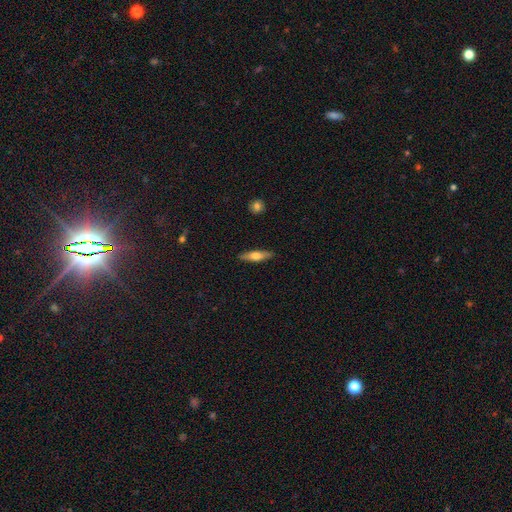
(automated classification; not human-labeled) Overall: smooth (55%; featured or disk 40%). How rounded: cigar-shaped (70%). Merging: none (89%).